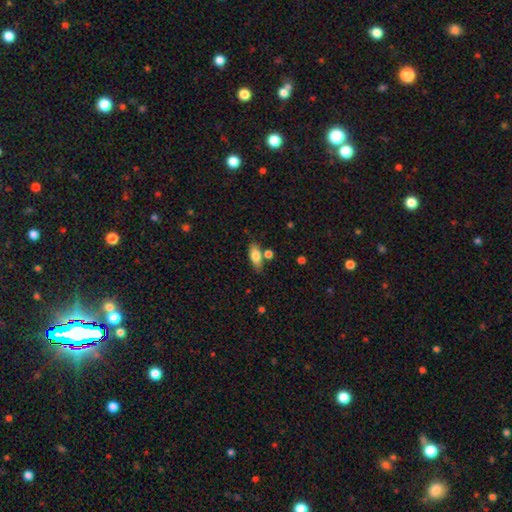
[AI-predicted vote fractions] The model was most divided on "merging": none: 71%, minor disturbance: 14%, merger: 12%, major disturbance: 4%. More confident: how rounded — in between (80%); smooth or featured — smooth (79%).